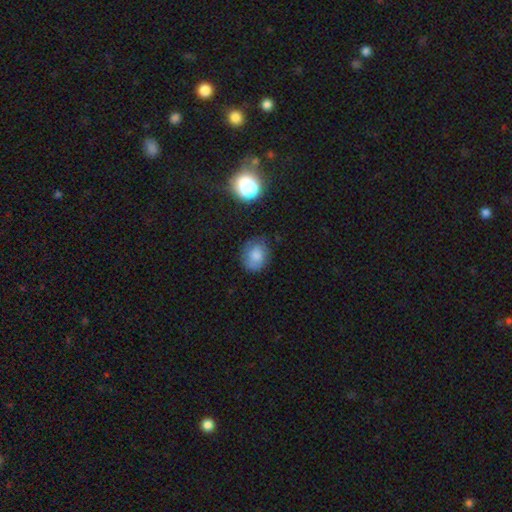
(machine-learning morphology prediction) A smooth galaxy with no disk features (74%) that is round (57%).

Vote fractions:
- Smooth or featured? smooth: 74% / featured or disk: 15% / star or artifact: 10%
- How rounded? round: 57% / in between: 42% / cigar-shaped: 1%
- Merging? none: 70% / minor disturbance: 22% / major disturbance: 6% / merger: 2%